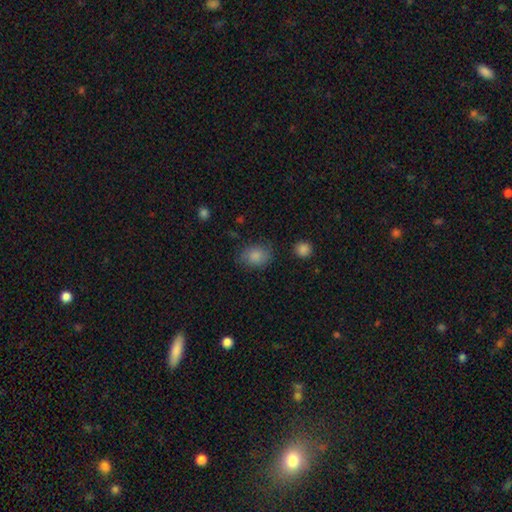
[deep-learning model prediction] Smooth or featured? smooth (83%)
How rounded? in between (59%)
Merging? none (74%)